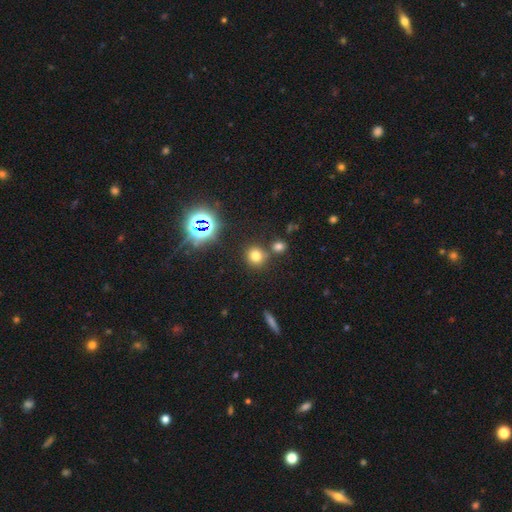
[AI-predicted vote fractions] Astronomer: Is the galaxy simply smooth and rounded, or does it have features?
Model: smooth — 68%.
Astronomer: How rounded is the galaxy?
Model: round — 86%.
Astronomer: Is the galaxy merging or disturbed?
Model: none — 70%.